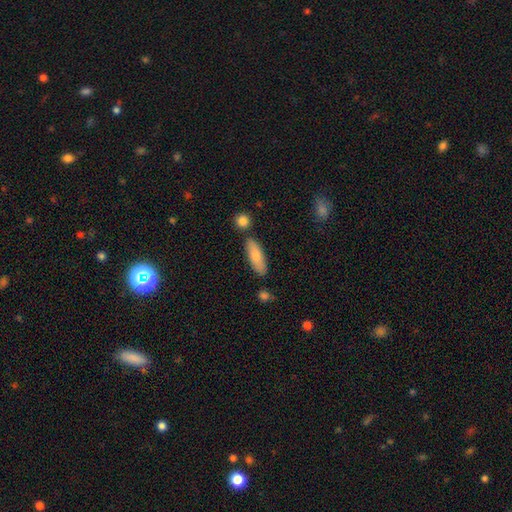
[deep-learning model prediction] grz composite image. It shows a smooth galaxy with no disk features (81%) that is in between round and cigar-shaped (56%). Merging: none (77%).